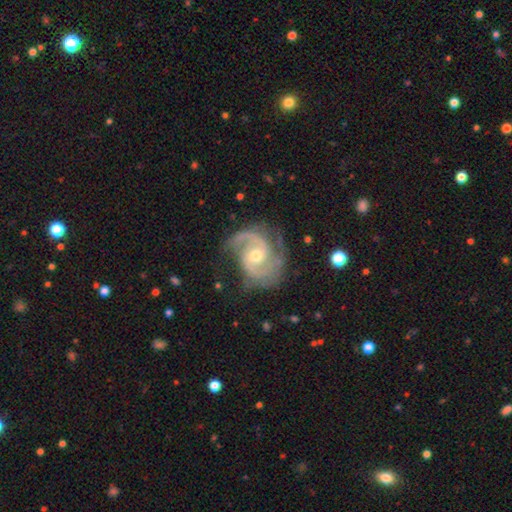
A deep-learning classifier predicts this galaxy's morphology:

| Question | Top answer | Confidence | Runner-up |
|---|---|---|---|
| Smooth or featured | featured or disk | 92% | star or artifact (4%) |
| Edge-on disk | no | 98% | yes (2%) |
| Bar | no | 59% | weak (33%) |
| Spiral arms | yes | 98% | no (2%) |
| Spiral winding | medium | 53% | tight (36%) |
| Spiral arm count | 2 | 84% | 3 (7%) |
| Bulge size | moderate | 61% | small (35%) |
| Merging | none | 72% | minor disturbance (19%) |